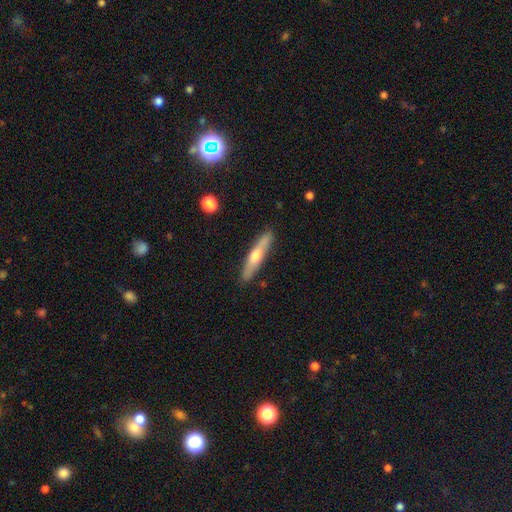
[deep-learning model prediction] Smooth or featured? Predicted: featured or disk (p=0.49). Merging? Predicted: none (p=0.88).